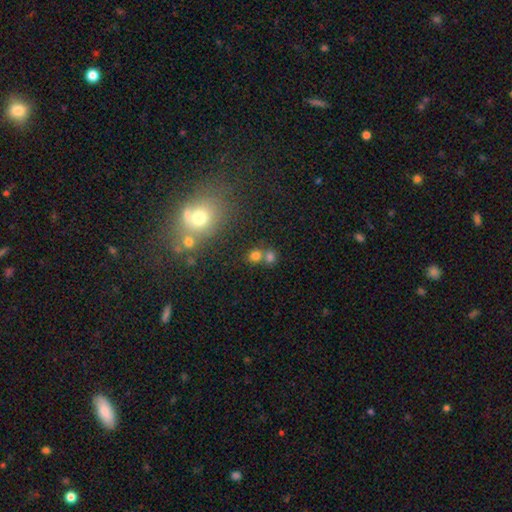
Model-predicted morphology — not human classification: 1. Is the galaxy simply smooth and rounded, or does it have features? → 73% smooth, 18% star or artifact, 9% featured or disk.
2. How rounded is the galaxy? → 79% round, 20% in between, 1% cigar-shaped.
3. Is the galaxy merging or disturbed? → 53% none, 36% merger, 7% minor disturbance, 4% major disturbance.